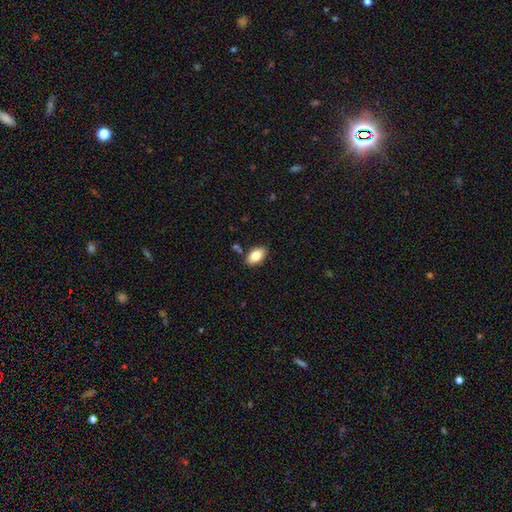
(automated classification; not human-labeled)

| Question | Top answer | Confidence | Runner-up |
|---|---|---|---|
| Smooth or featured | smooth | 81% | featured or disk (12%) |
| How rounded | in between | 92% | round (5%) |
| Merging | none | 84% | minor disturbance (11%) |